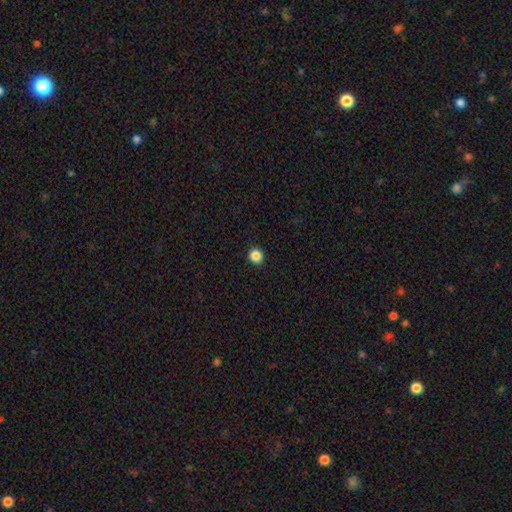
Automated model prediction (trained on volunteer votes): smooth-or-featured: smooth: 86% | star or artifact: 11% | featured or disk: 3%
  how-rounded: round: 93% | in between: 6% | cigar-shaped: 1%
  merging: none: 93% | minor disturbance: 4% | major disturbance: 2% | merger: 1%